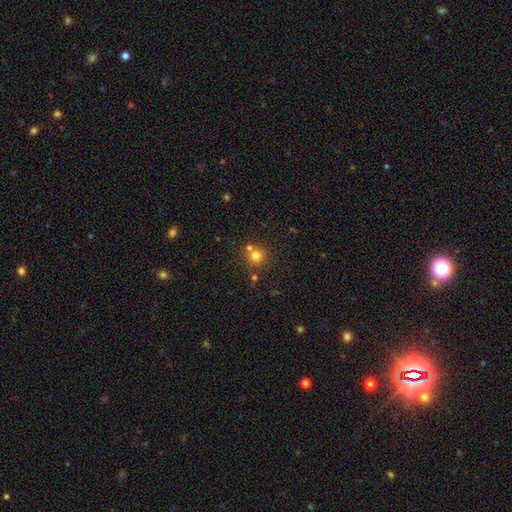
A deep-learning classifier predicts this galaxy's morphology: The model was most divided on "merging": none: 65%, merger: 24%, minor disturbance: 8%, major disturbance: 3%. More confident: how rounded — round (92%); smooth or featured — smooth (76%).